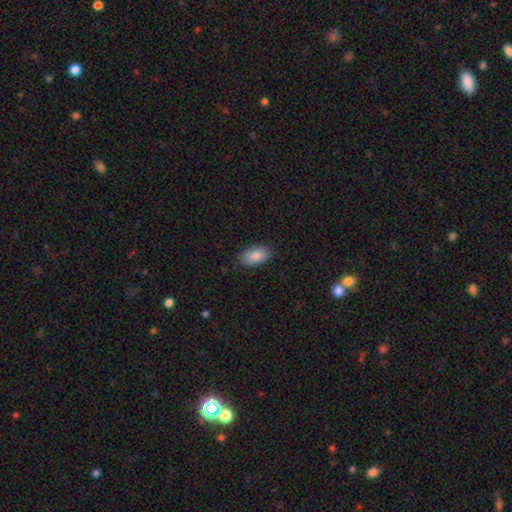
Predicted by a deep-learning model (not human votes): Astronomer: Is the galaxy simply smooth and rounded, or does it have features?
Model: smooth — 87%.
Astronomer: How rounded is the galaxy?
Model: in between — 94%.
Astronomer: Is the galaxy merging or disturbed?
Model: none — 86%.